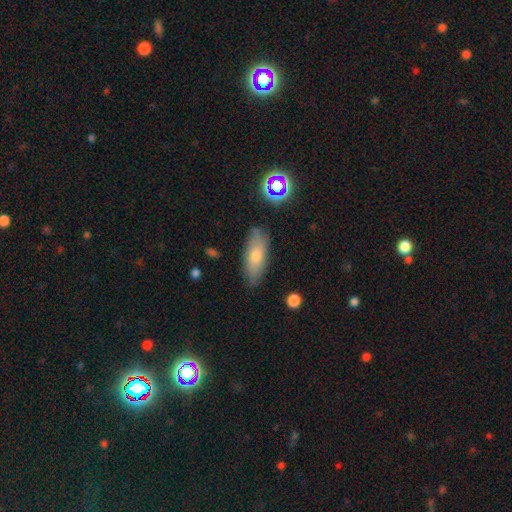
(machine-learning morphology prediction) The model was most divided on "smooth or featured": smooth: 65%, featured or disk: 24%, star or artifact: 10%. More confident: merging — none (81%); how rounded — in between (72%).